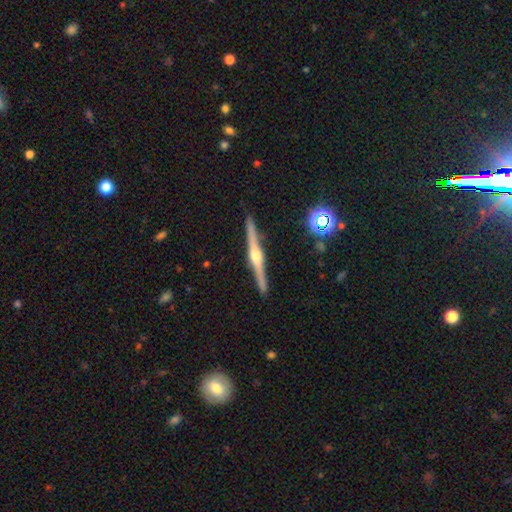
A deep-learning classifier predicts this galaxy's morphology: smooth-or-featured: featured or disk: 84% | smooth: 10% | star or artifact: 6%
  disk-edge-on: yes: 98% | no: 2%
    edge-on-bulge: rounded: 93% | boxy: 5% | none: 3%
  merging: none: 92% | minor disturbance: 6% | merger: 1% | major disturbance: 1%